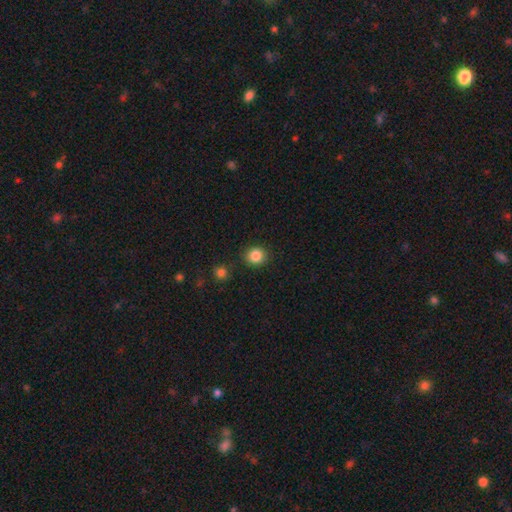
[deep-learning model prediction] A smooth galaxy with no disk features (86%) that is round (88%).

Vote fractions:
- Smooth or featured? smooth: 86% / star or artifact: 10% / featured or disk: 4%
- How rounded? round: 88% / in between: 12% / cigar-shaped: 1%
- Merging? none: 88% / minor disturbance: 7% / merger: 3% / major disturbance: 2%